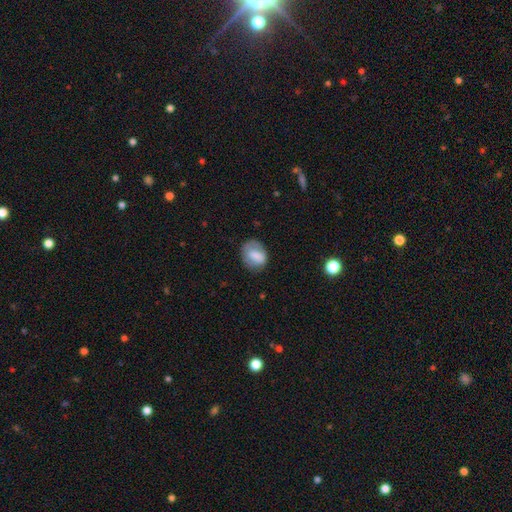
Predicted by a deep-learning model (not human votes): Smooth or featured? Predicted: smooth (p=0.71). How rounded? Predicted: in between (p=0.54). Merging? Predicted: none (p=0.61).